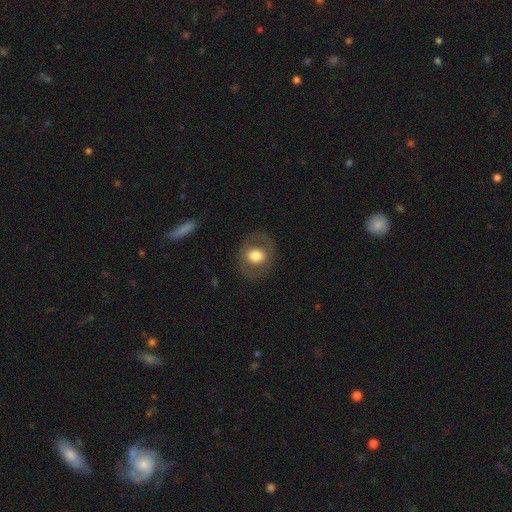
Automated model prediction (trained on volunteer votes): smooth-or-featured: smooth: 60% | featured or disk: 33% | star or artifact: 8%
  how-rounded: round: 65% | in between: 34% | cigar-shaped: 1%
  merging: none: 81% | minor disturbance: 11% | major disturbance: 7% | merger: 1%